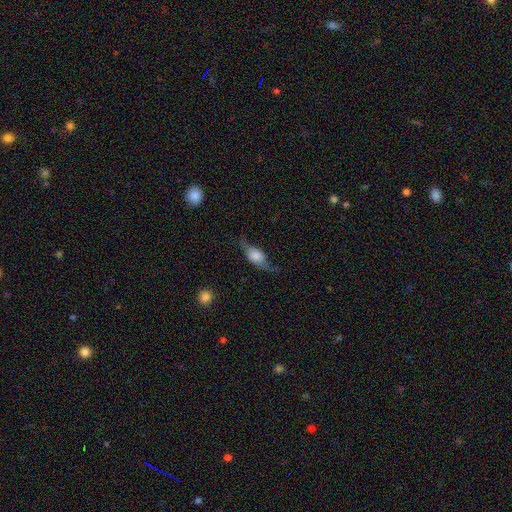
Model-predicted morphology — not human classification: featured or disk 46% (tied), smooth 46% (tied), star or artifact 8%. Down the decision tree: merging — none (54%).